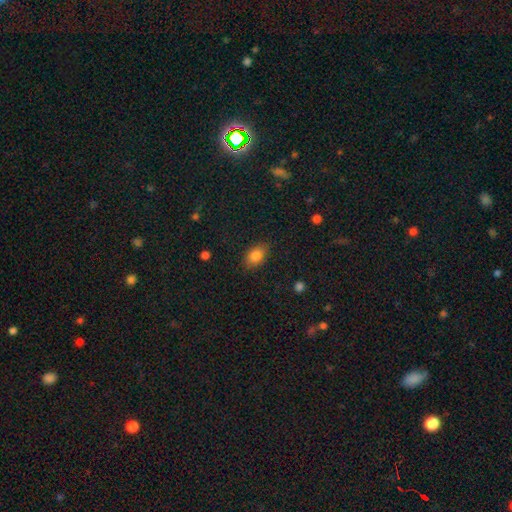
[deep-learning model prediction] The model was most divided on "how rounded": in between: 82%, round: 16%, cigar-shaped: 2%. More confident: merging — none (84%); smooth or featured — smooth (84%).